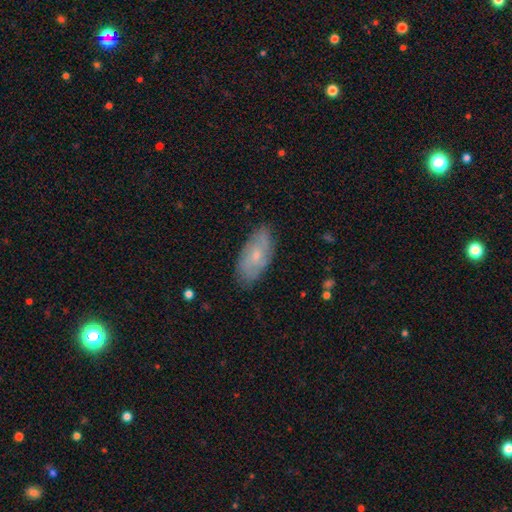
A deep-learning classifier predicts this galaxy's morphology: Smooth or featured? Predicted: featured or disk (p=0.48). Merging? Predicted: none (p=0.79).